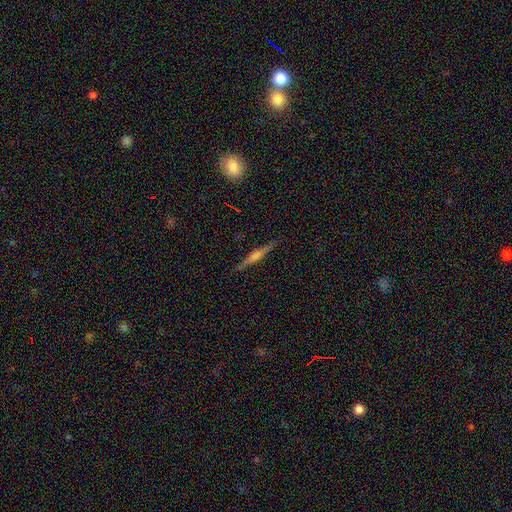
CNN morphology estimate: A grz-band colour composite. It shows a featured or disk galaxy (77%) viewed edge-on (98%) with a rounded central bulge (76%). Merging: none (91%).